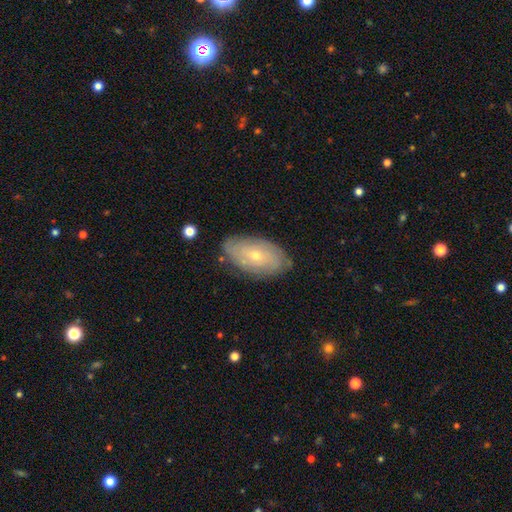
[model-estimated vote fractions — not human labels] A featured or disk galaxy (57%) with no bar (84%), spiral arms (66%) and a small central bulge (70%). Merging: none (79%).